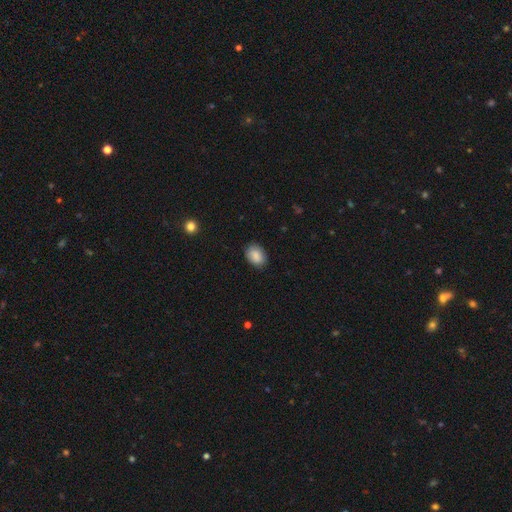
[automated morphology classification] Overall: smooth (88%). How rounded: in between (72%). Merging: none (85%).